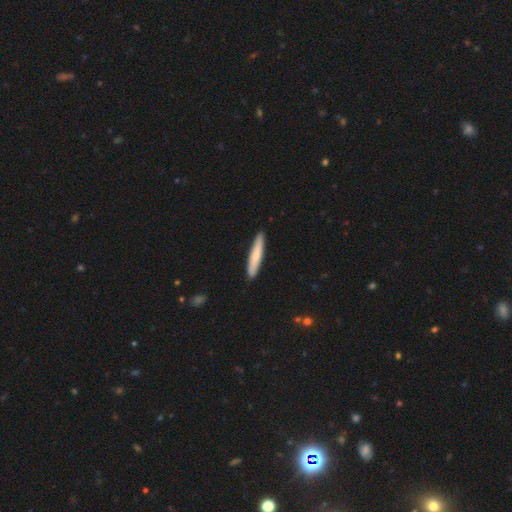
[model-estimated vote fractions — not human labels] Smooth or featured? smooth (72%)
How rounded? cigar-shaped (93%)
Merging? none (90%)